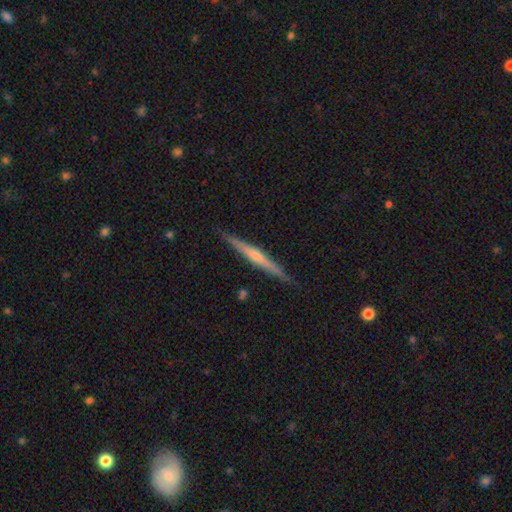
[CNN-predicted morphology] Smooth or featured?
  - featured or disk: 70% *
  - smooth: 25%
  - star or artifact: 6%
Edge-on disk?
  - yes: 98% *
  - no: 2%
Edge-on bulge?
  - rounded: 67% *
  - none: 27%
  - boxy: 6%
Merging?
  - none: 89% *
  - minor disturbance: 8%
  - major disturbance: 1%
  - merger: 1%